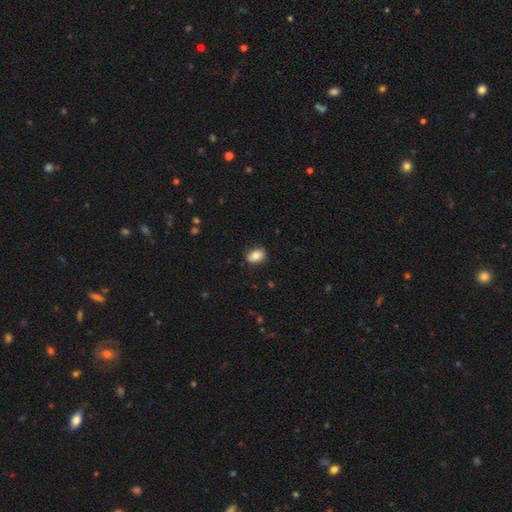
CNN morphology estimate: Q: Smooth or featured?
A: smooth (85%); runner-up: star or artifact (8%)
Q: How rounded?
A: in between (78%); runner-up: round (20%)
Q: Merging?
A: none (86%); runner-up: minor disturbance (11%)